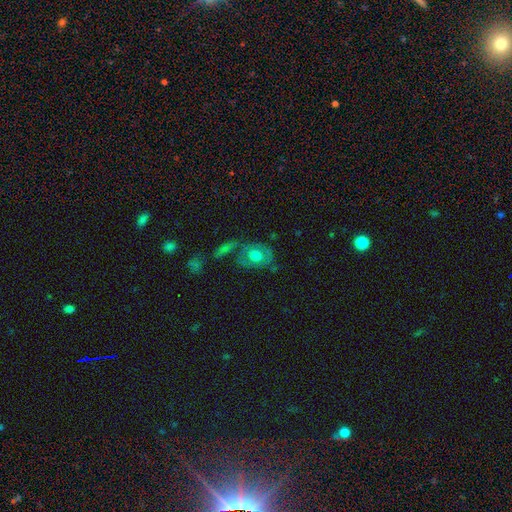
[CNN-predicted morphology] Overall: smooth (47%; featured or disk 45%). Merging: none (50%; minor disturbance 21%).